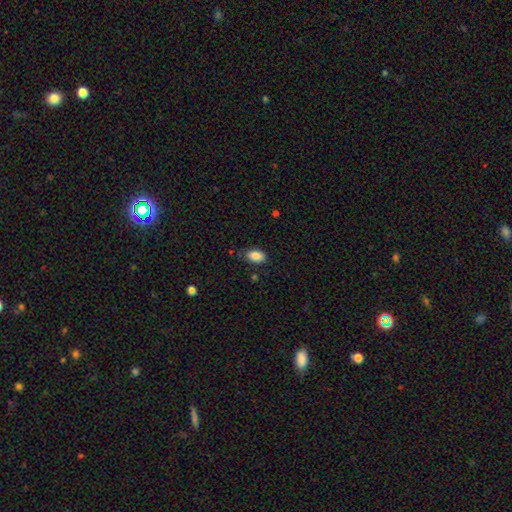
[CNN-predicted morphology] smooth 86%, star or artifact 8%, featured or disk 5%. Down the decision tree: how rounded — in between (91%); merging — none (75%).